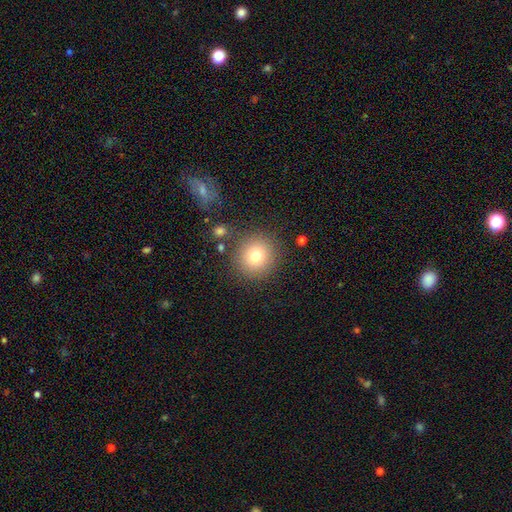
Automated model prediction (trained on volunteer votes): This appears to be a smooth galaxy with no disk features (76%) that is round (93%). Merging: none (85%).